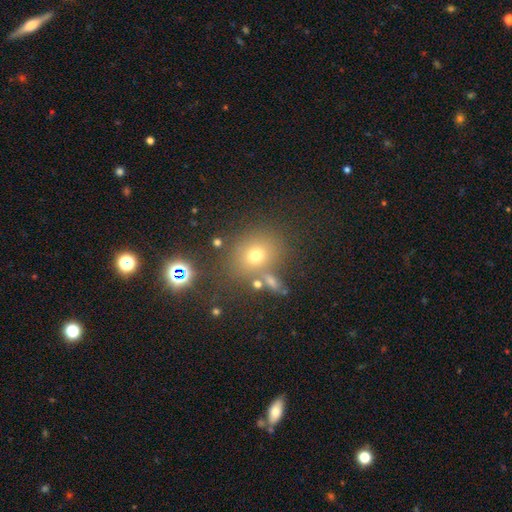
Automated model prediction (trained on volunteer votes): A smooth galaxy with no disk features (63%) that is round (68%).

Vote fractions:
- Smooth or featured? smooth: 63% / star or artifact: 23% / featured or disk: 13%
- How rounded? round: 68% / in between: 30% / cigar-shaped: 1%
- Merging? none: 71% / minor disturbance: 12% / merger: 12% / major disturbance: 6%